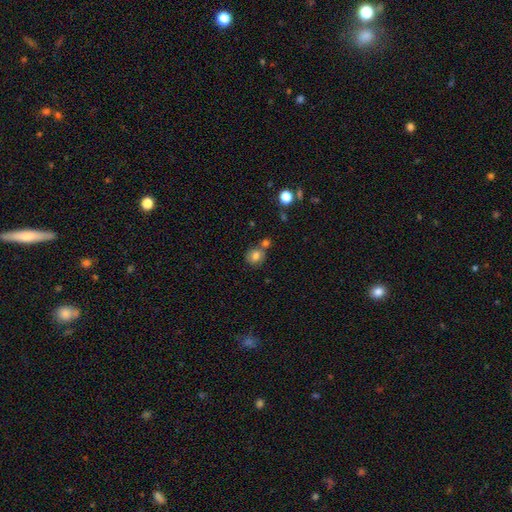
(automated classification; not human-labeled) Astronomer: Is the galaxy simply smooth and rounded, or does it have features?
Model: smooth — 77%.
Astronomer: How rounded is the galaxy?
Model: round — 76%.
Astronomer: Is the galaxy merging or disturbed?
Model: none — 60%.